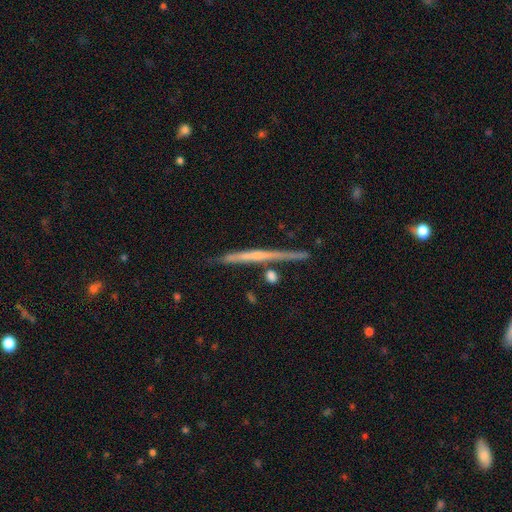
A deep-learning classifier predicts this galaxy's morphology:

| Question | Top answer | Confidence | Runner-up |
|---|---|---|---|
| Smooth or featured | featured or disk | 63% | smooth (31%) |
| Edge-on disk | yes | 97% | no (3%) |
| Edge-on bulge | none | 75% | rounded (19%) |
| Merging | none | 81% | minor disturbance (12%) |